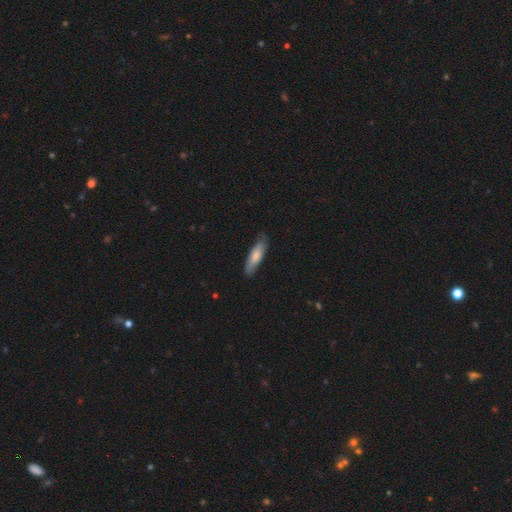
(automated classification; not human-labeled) Smooth or featured?
  - smooth: 75% *
  - featured or disk: 20%
  - star or artifact: 5%
How rounded?
  - cigar-shaped: 59% *
  - in between: 39%
  - round: 2%
Merging?
  - none: 79% *
  - minor disturbance: 18%
  - major disturbance: 3%
  - merger: 1%